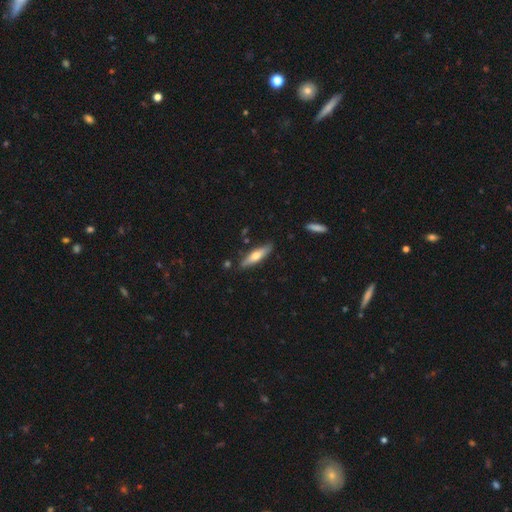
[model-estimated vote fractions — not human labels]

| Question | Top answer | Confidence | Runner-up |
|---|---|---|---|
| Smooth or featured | smooth | 52% | featured or disk (42%) |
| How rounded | cigar-shaped | 72% | in between (26%) |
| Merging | none | 84% | minor disturbance (12%) |